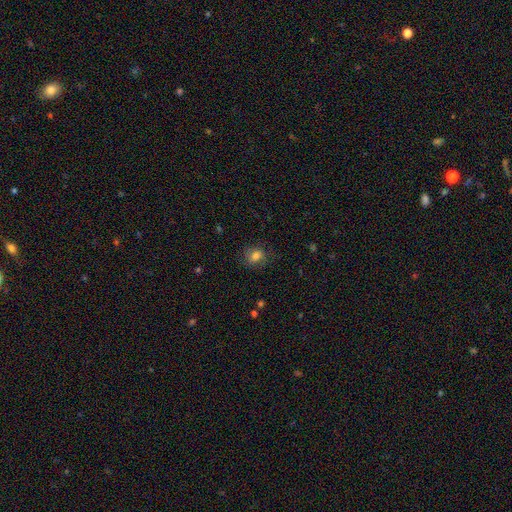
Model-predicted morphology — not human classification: smooth 73%, featured or disk 15%, star or artifact 12%. Down the decision tree: how rounded — round (56%); merging — none (75%).